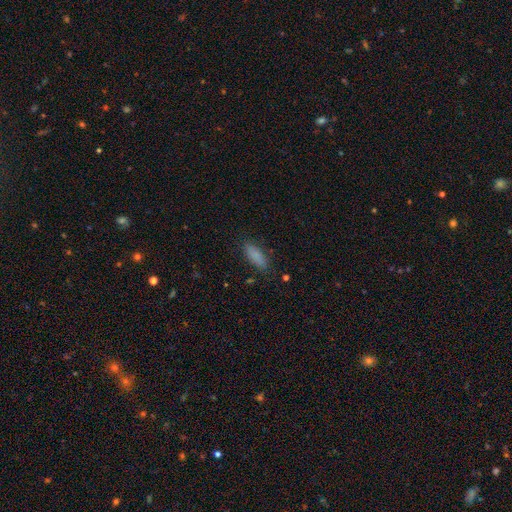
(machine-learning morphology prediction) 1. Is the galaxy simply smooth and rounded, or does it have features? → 86% smooth, 8% star or artifact, 6% featured or disk.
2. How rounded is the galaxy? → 63% in between, 35% cigar-shaped, 2% round.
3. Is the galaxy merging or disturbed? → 85% none, 11% minor disturbance, 3% major disturbance, 1% merger.